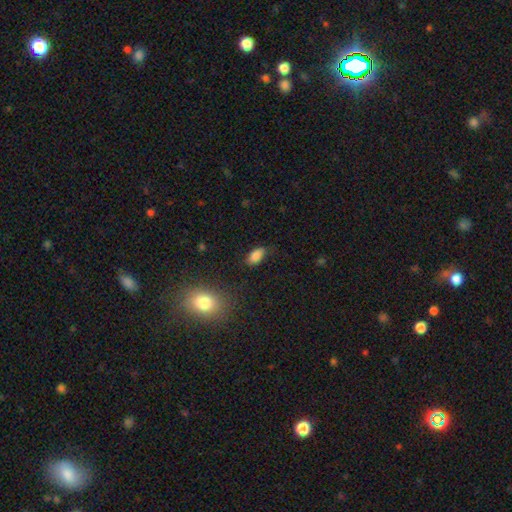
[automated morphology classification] Q: Smooth or featured?
A: smooth (84%); runner-up: star or artifact (10%)
Q: How rounded?
A: in between (92%); runner-up: round (5%)
Q: Merging?
A: none (75%); runner-up: minor disturbance (19%)